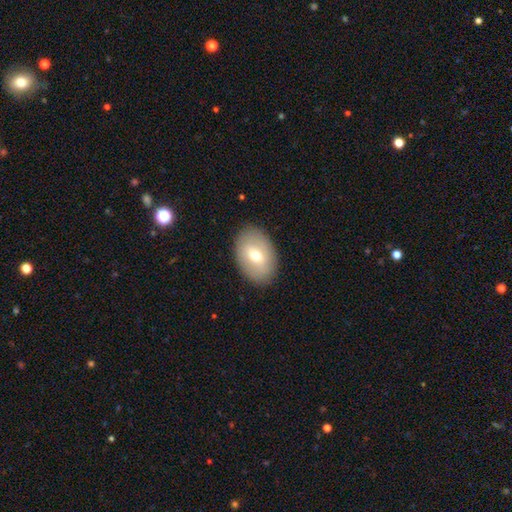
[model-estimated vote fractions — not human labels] smooth_or_featured: smooth (p=0.61) [alt: featured or disk p=0.31]
how_rounded: in between (p=0.84) [alt: round p=0.14]
merging: none (p=0.87) [alt: minor disturbance p=0.09]